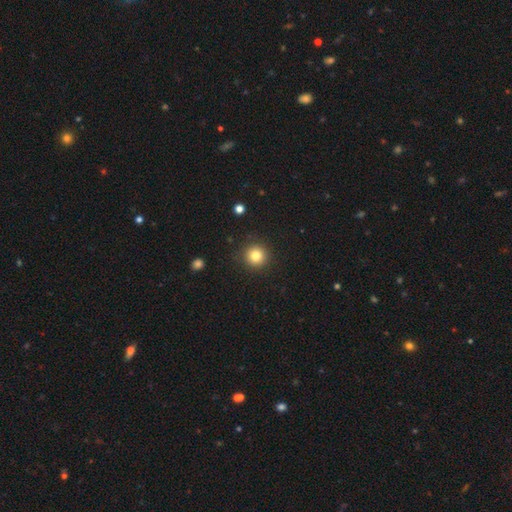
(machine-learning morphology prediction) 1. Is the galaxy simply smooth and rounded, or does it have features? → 81% smooth, 12% star or artifact, 7% featured or disk.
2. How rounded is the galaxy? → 95% round, 4% in between, 1% cigar-shaped.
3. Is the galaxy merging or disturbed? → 90% none, 6% minor disturbance, 2% major disturbance, 1% merger.